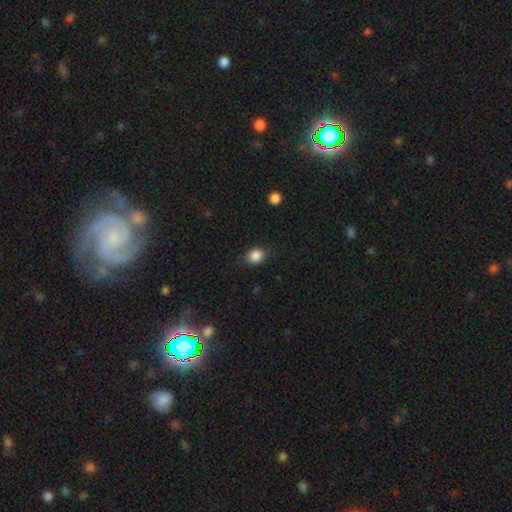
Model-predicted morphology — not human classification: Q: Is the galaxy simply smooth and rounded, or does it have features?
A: smooth — 86%.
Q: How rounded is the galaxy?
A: round — 64%.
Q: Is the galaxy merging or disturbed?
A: none — 84%.